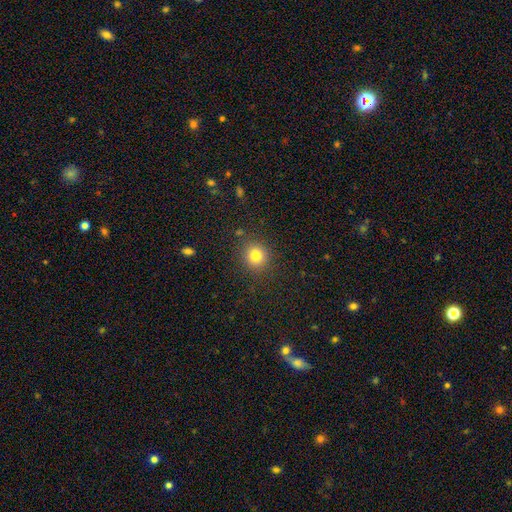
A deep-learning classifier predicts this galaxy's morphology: Smooth or featured?
  - smooth: 82% *
  - star or artifact: 12%
  - featured or disk: 6%
How rounded?
  - round: 87% *
  - in between: 12%
  - cigar-shaped: 1%
Merging?
  - none: 87% *
  - minor disturbance: 8%
  - major disturbance: 3%
  - merger: 2%